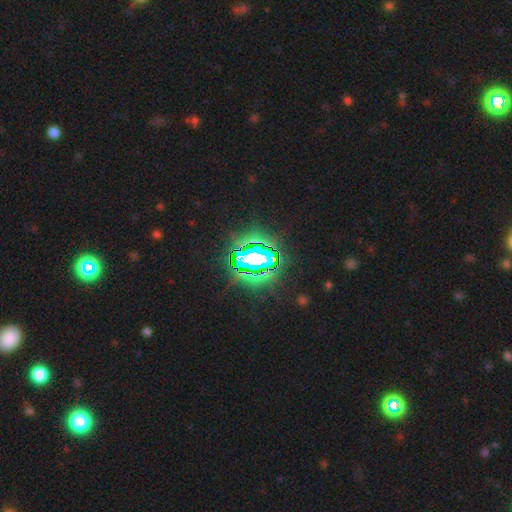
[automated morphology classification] type=star or artifact (82%).